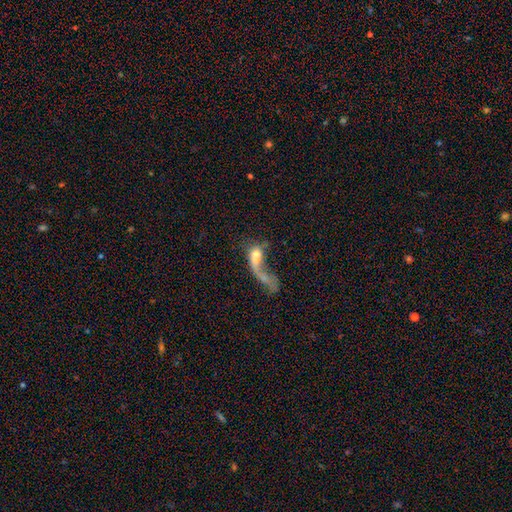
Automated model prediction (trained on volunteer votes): Morphology: type=smooth (49%); merging=merger (43%).